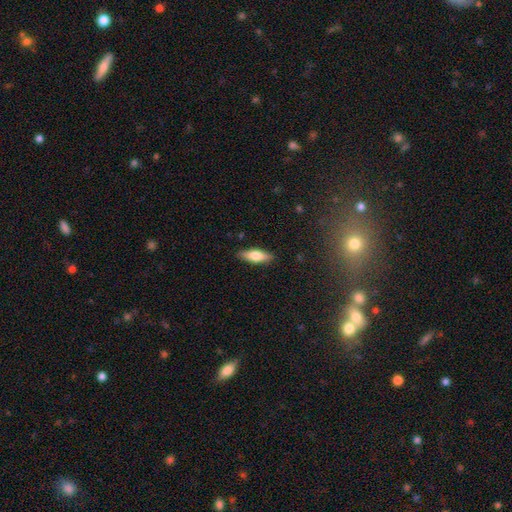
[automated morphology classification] This is likely a smooth galaxy (62%). How rounded: possibly in between (54%). Merging: clearly none (88%).